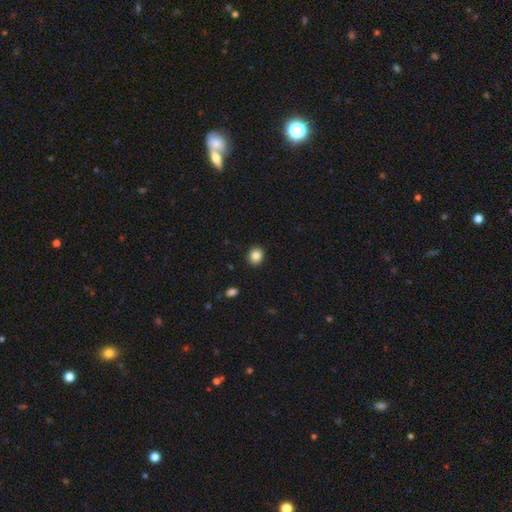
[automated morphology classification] Smooth or featured: smooth — 85% (star or artifact — 10%)
How rounded: round — 72% (in between — 27%)
Merging: none — 91% (minor disturbance — 6%)